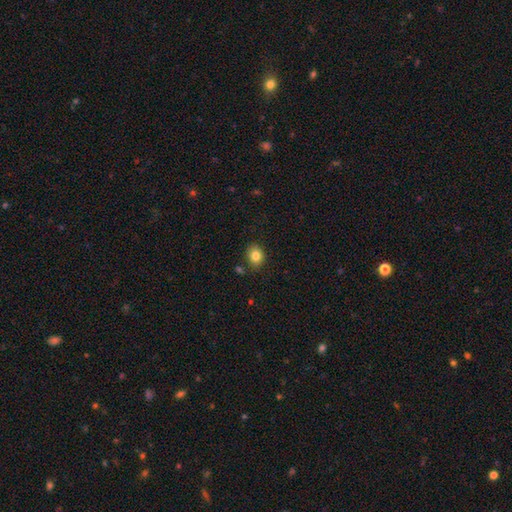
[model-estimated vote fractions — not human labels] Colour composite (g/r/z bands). It shows a smooth galaxy with no disk features (83%) that is round (58%). Merging: none (84%).